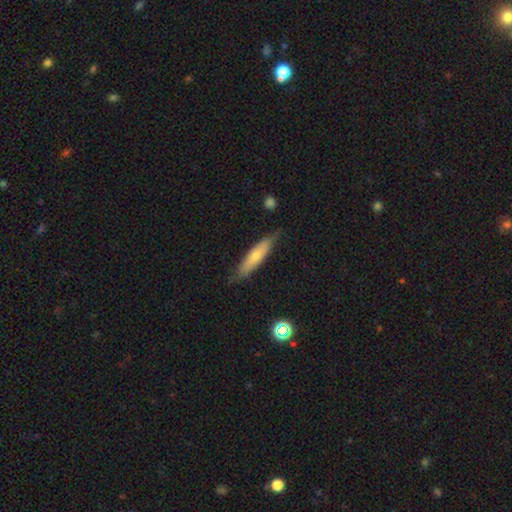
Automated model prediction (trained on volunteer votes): Overall: smooth (59%; featured or disk 35%). How rounded: cigar-shaped (74%). Merging: none (74%).